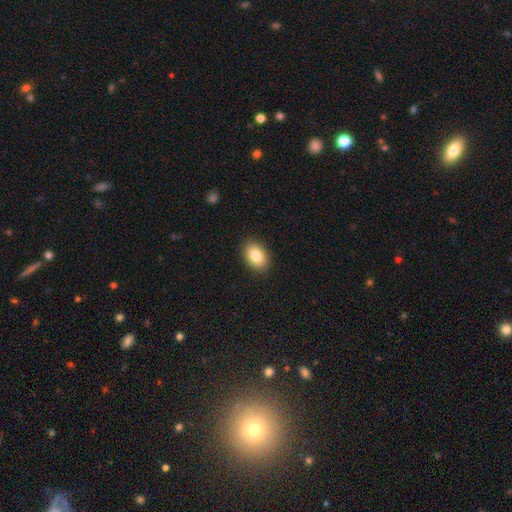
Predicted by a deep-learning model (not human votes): smooth-or-featured: smooth: 83% | featured or disk: 9% | star or artifact: 8%
  how-rounded: in between: 84% | round: 15% | cigar-shaped: 1%
  merging: none: 89% | minor disturbance: 8% | major disturbance: 2% | merger: 1%